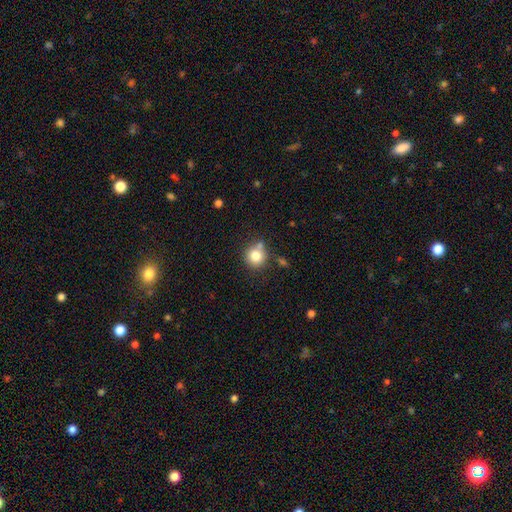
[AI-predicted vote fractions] This is clearly a smooth galaxy (80%). How rounded: clearly round (90%). Merging: likely none (67%).